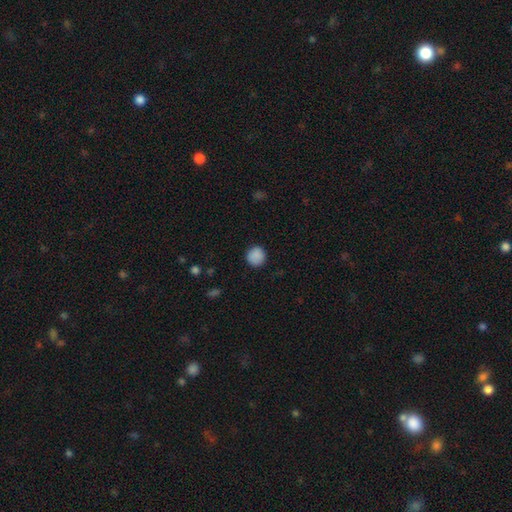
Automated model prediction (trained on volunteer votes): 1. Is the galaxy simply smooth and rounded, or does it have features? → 88% smooth, 9% star or artifact, 3% featured or disk.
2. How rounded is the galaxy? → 93% round, 6% in between, 1% cigar-shaped.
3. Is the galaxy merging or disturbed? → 89% none, 8% minor disturbance, 2% major disturbance, 1% merger.